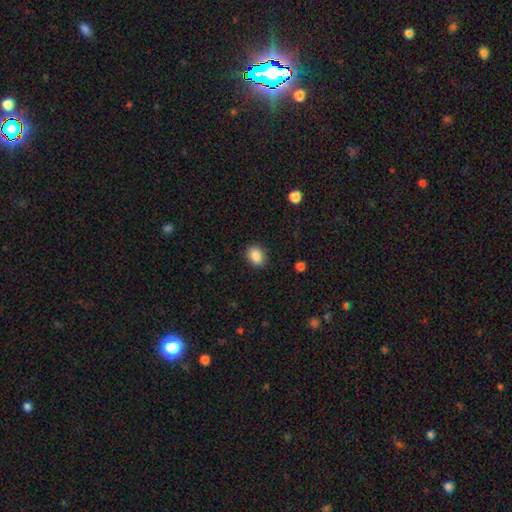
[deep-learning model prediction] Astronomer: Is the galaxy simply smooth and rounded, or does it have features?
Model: smooth — 88%.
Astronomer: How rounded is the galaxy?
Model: in between — 59% (runner-up: round, 40%).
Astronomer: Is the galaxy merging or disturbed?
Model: none — 88%.